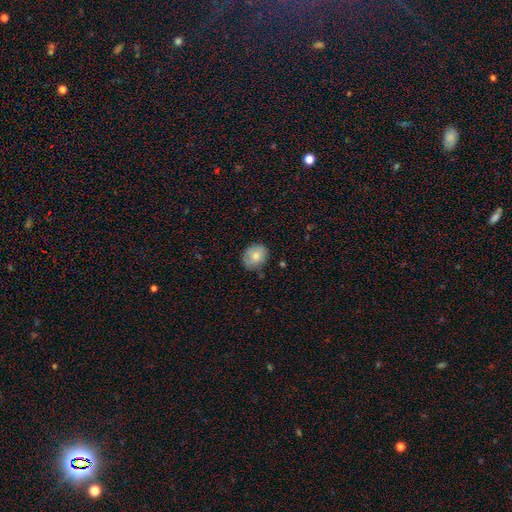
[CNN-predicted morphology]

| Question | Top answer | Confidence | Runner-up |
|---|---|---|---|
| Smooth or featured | smooth | 72% | featured or disk (21%) |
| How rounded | round | 57% | in between (42%) |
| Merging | none | 70% | minor disturbance (24%) |